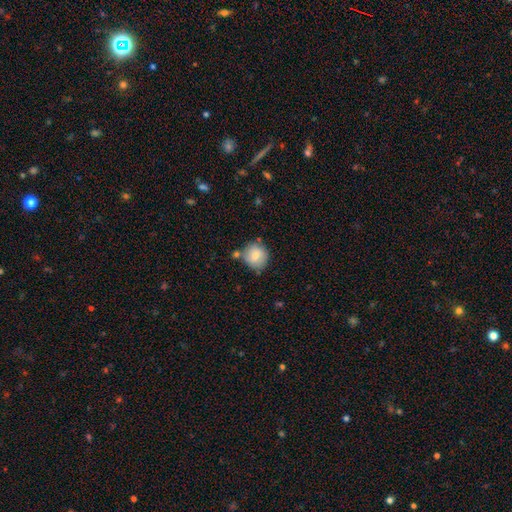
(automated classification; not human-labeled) Smooth or featured? Predicted: smooth (p=0.79). How rounded? Predicted: round (p=0.87). Merging? Predicted: none (p=0.68).